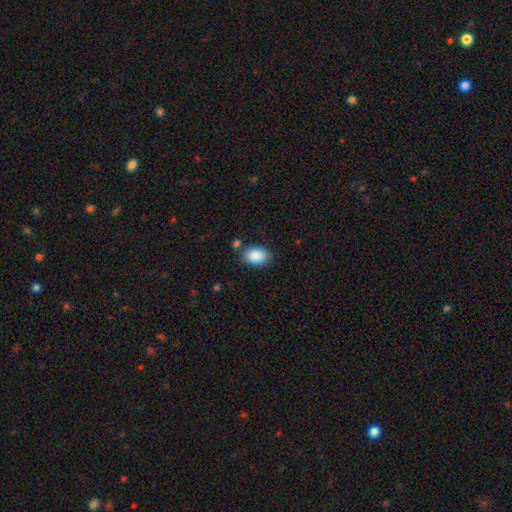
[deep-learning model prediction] This is clearly a smooth galaxy (88%). How rounded: clearly in between (86%). Merging: likely none (77%).